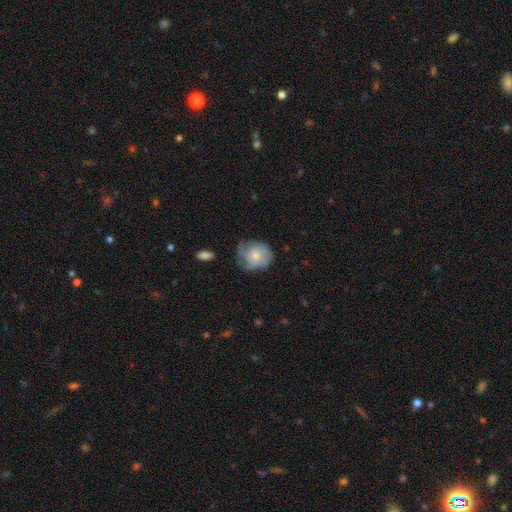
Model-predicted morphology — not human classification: Smooth or featured?
  - featured or disk: 48% *
  - smooth: 45%
  - star or artifact: 7%
Merging?
  - none: 55% *
  - minor disturbance: 28%
  - major disturbance: 15%
  - merger: 2%